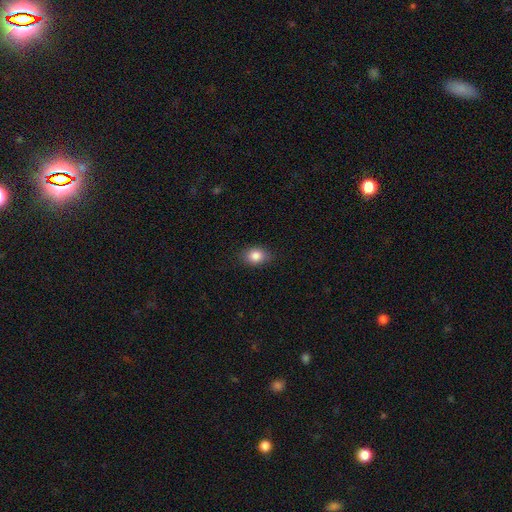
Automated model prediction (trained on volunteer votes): A smooth galaxy with no disk features (85%) that is in between round and cigar-shaped (62%).

Vote fractions:
- Smooth or featured? smooth: 85% / star or artifact: 9% / featured or disk: 6%
- How rounded? in between: 62% / round: 37% / cigar-shaped: 1%
- Merging? none: 84% / minor disturbance: 12% / major disturbance: 3% / merger: 1%